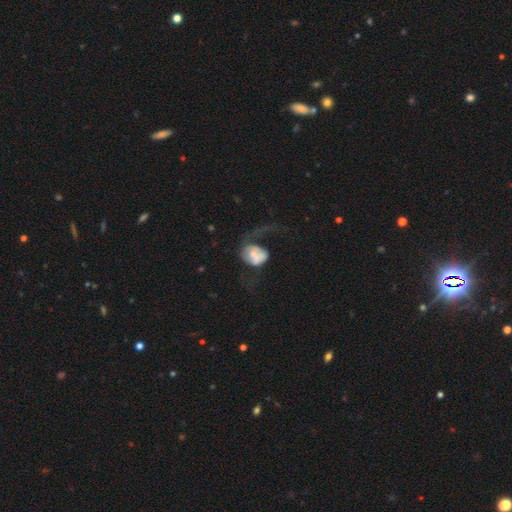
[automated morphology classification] This appears to be a smooth galaxy with no disk features (49%). Merging: major disturbance (48%).